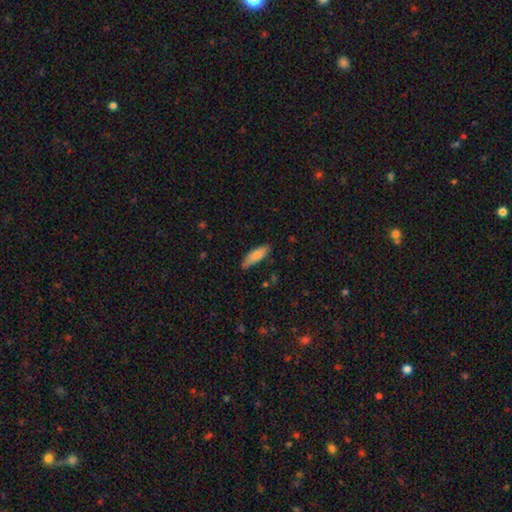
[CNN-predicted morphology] This appears to be a smooth galaxy with no disk features (78%) that is in between round and cigar-shaped (53%). Merging: none (79%).